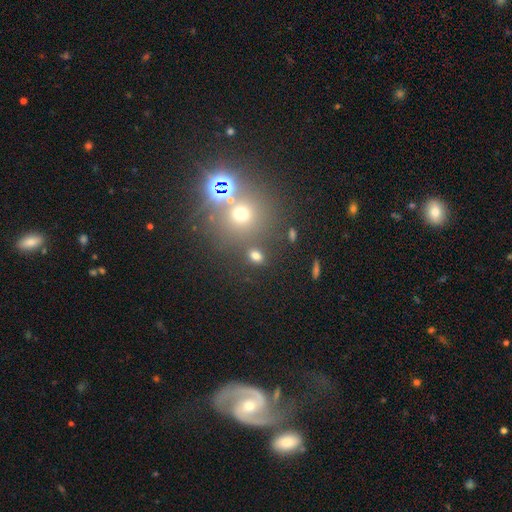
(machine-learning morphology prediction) Smooth or featured: smooth — 70% (star or artifact — 21%)
How rounded: in between — 55% (round — 43%)
Merging: none — 74% (merger — 11%)